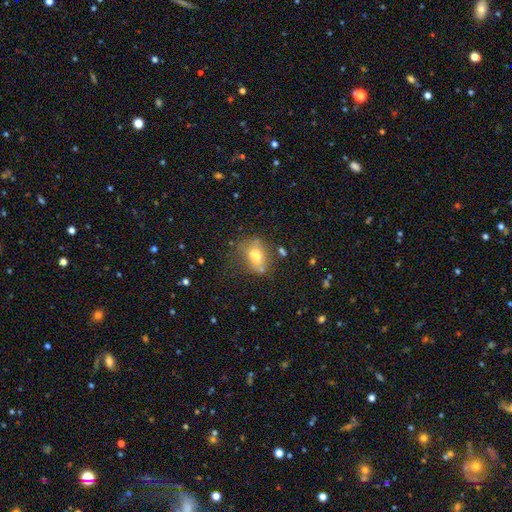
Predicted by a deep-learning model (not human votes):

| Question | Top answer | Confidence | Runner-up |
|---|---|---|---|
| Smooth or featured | smooth | 67% | featured or disk (21%) |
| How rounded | in between | 67% | round (30%) |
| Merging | none | 53% | minor disturbance (24%) |